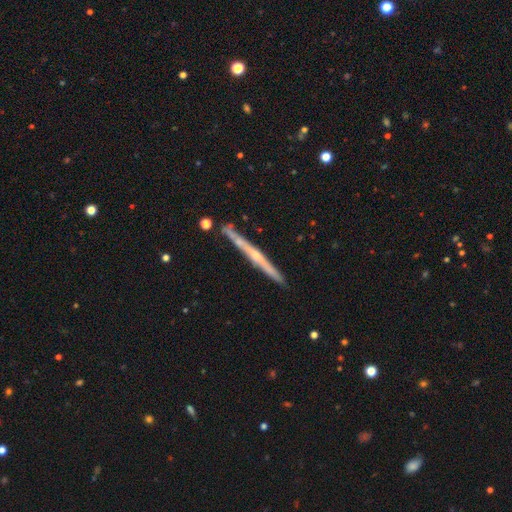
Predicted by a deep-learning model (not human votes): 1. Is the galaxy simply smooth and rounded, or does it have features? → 75% featured or disk, 19% smooth, 6% star or artifact.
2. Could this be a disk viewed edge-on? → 97% yes, 3% no.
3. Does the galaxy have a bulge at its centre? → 49% rounded, 46% none, 5% boxy.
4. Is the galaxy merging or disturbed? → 86% none, 9% minor disturbance, 3% merger, 2% major disturbance.